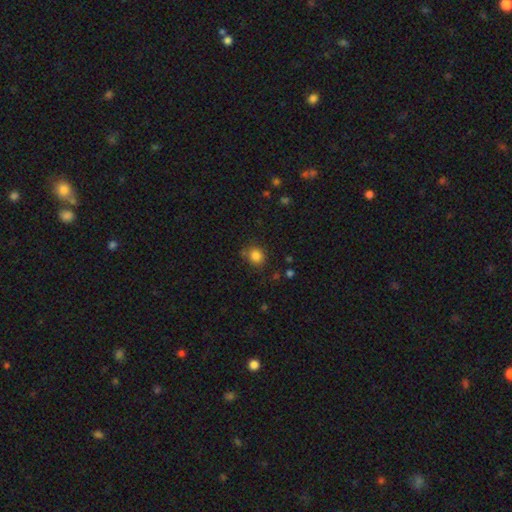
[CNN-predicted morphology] Smooth or featured?
  - smooth: 83% *
  - star or artifact: 12%
  - featured or disk: 5%
How rounded?
  - round: 79% *
  - in between: 20%
  - cigar-shaped: 1%
Merging?
  - none: 78% *
  - minor disturbance: 14%
  - merger: 4%
  - major disturbance: 4%